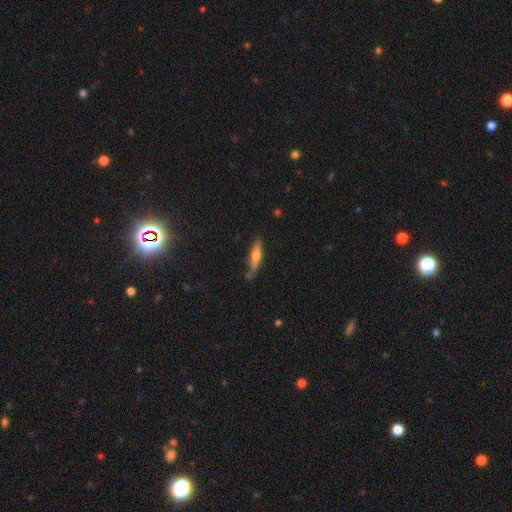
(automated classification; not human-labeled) Smooth or featured: smooth — 58% (featured or disk — 35%)
How rounded: cigar-shaped — 81% (in between — 17%)
Merging: none — 73% (minor disturbance — 18%)